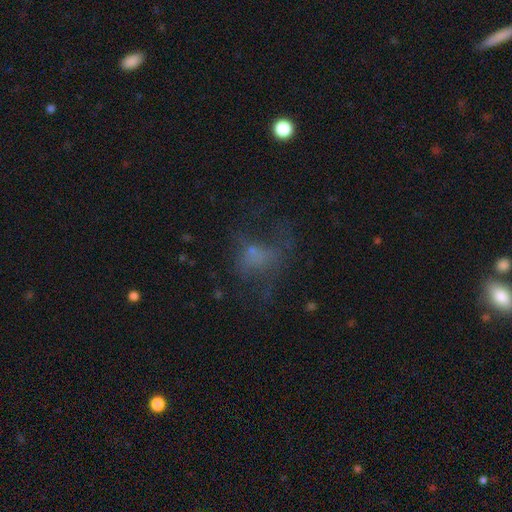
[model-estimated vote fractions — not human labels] smooth_or_featured: smooth (p=0.39) [alt: featured or disk p=0.37]
merging: major disturbance (p=0.41) [alt: none p=0.38]